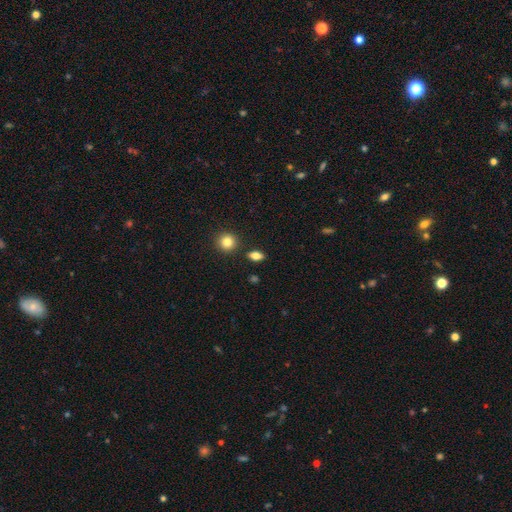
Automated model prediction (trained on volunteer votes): Smooth or featured: smooth — 82% (star or artifact — 10%)
How rounded: in between — 80% (round — 13%)
Merging: none — 86% (minor disturbance — 8%)